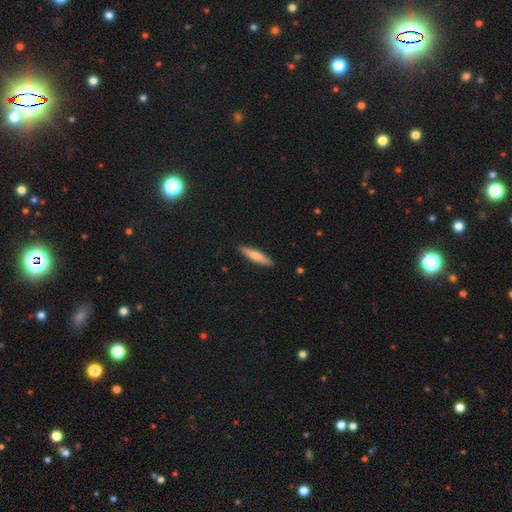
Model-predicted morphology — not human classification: smooth-or-featured: smooth: 67% | featured or disk: 27% | star or artifact: 6%
  how-rounded: cigar-shaped: 85% | in between: 13% | round: 2%
  merging: none: 90% | minor disturbance: 7% | major disturbance: 1% | merger: 1%